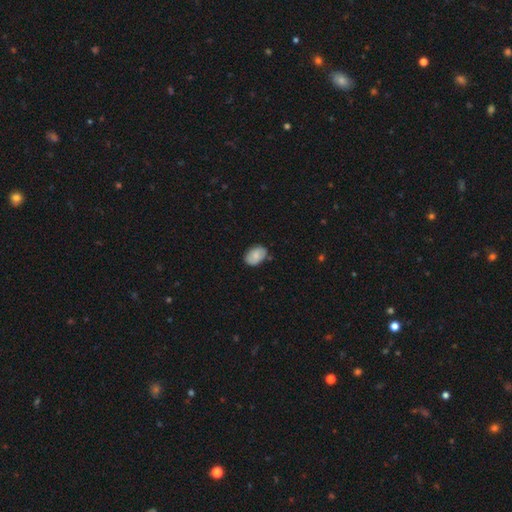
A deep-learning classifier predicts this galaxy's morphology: smooth-or-featured: smooth: 77% | featured or disk: 16% | star or artifact: 7%
  how-rounded: in between: 86% | round: 13% | cigar-shaped: 1%
  merging: none: 77% | minor disturbance: 18% | major disturbance: 3% | merger: 2%